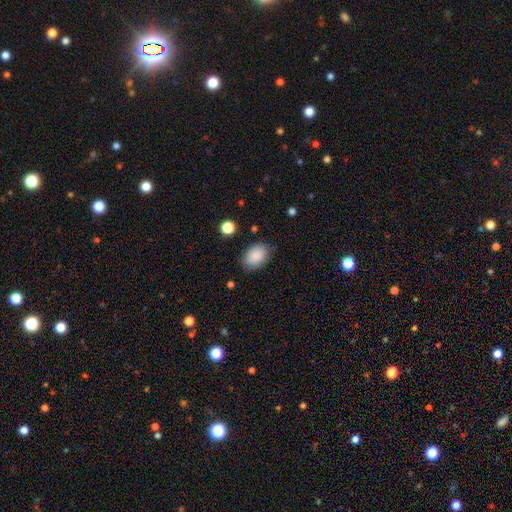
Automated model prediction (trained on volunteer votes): A smooth galaxy with no disk features (89%) that is in between round and cigar-shaped (85%).

Vote fractions:
- Smooth or featured? smooth: 89% / star or artifact: 7% / featured or disk: 4%
- How rounded? in between: 85% / round: 14% / cigar-shaped: 1%
- Merging? none: 81% / minor disturbance: 14% / major disturbance: 4% / merger: 1%